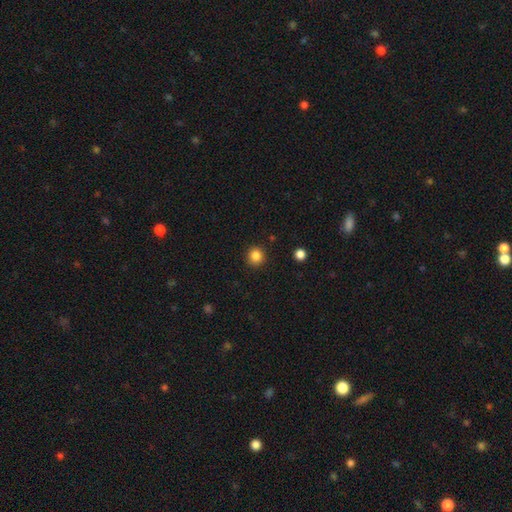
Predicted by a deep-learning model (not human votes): Q: Smooth or featured?
A: smooth (85%); runner-up: star or artifact (11%)
Q: How rounded?
A: round (94%); runner-up: in between (5%)
Q: Merging?
A: none (91%); runner-up: minor disturbance (5%)